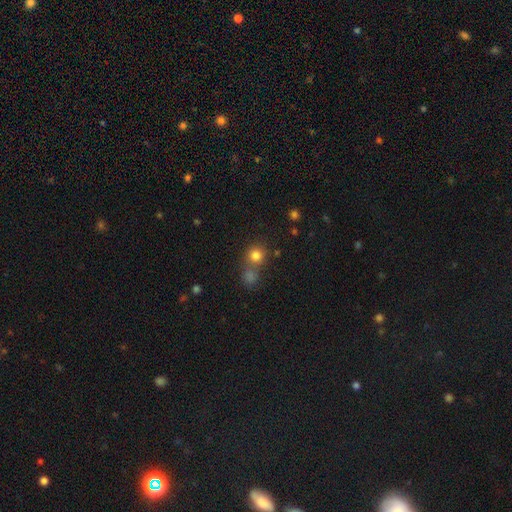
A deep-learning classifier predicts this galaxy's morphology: The model was most divided on "merging": none: 58%, merger: 30%, minor disturbance: 8%, major disturbance: 4%. More confident: how rounded — round (89%); smooth or featured — smooth (80%).